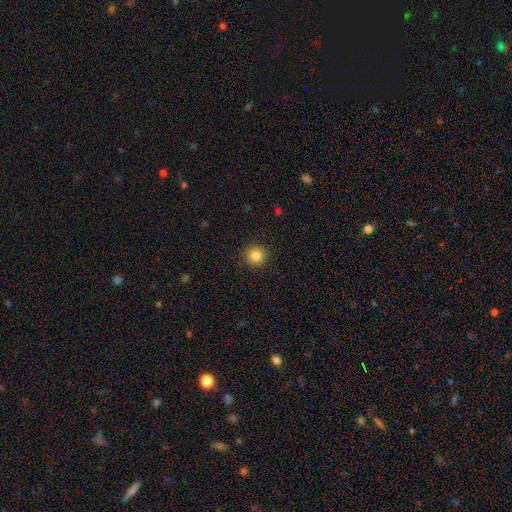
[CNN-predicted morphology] type=smooth (85%); roundness=round (95%); merging=none (92%).